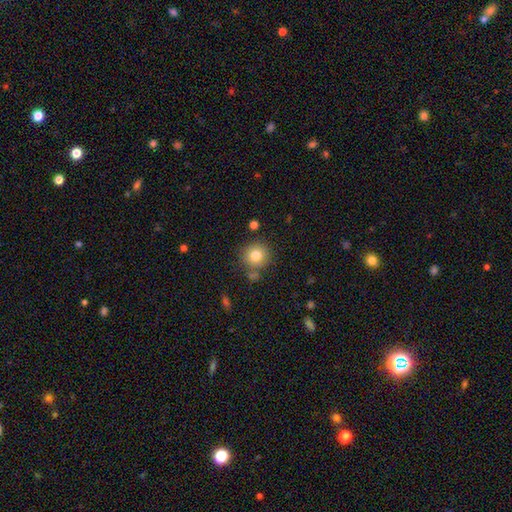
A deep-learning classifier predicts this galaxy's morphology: This appears to be a smooth galaxy with no disk features (79%) that is round (92%). Merging: none (79%).